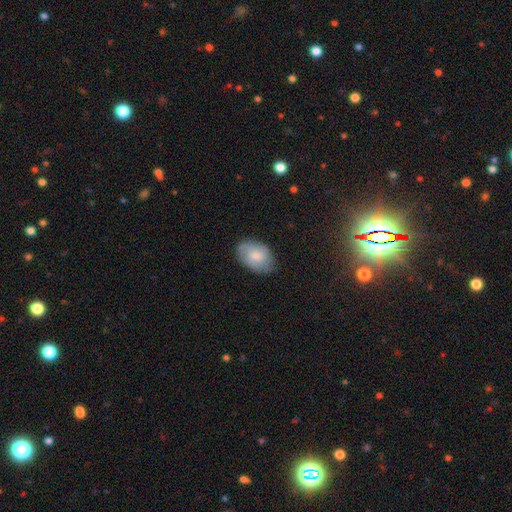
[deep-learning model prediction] A smooth galaxy with no disk features (62%) that is in between round and cigar-shaped (85%). Merging: none (73%).